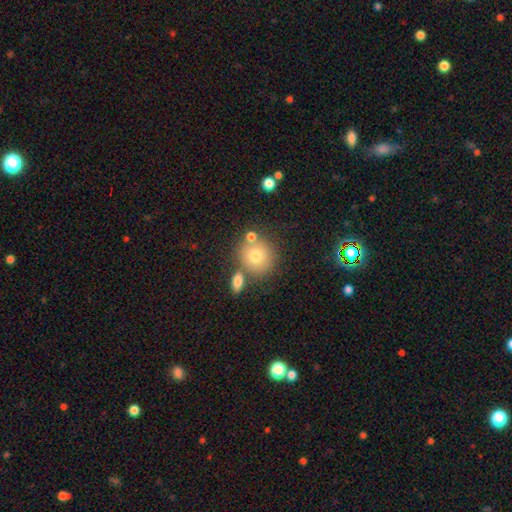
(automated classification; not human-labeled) The model was most divided on "merging": none: 68%, merger: 17%, minor disturbance: 11%, major disturbance: 4%. More confident: how rounded — round (88%); smooth or featured — smooth (75%).